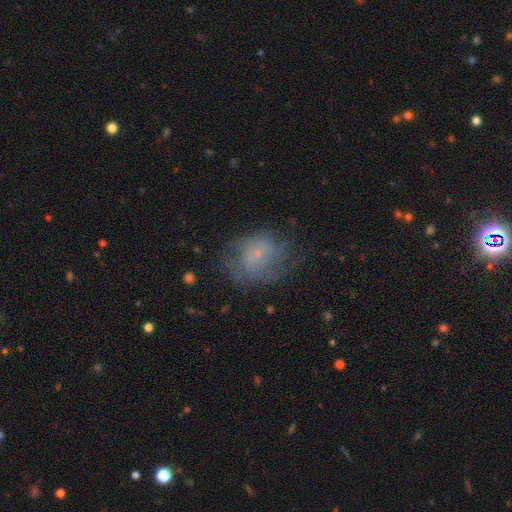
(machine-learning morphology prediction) The model was most divided on "smooth or featured": featured or disk: 49%, smooth: 39%, star or artifact: 12%. More confident: merging — none (54%).